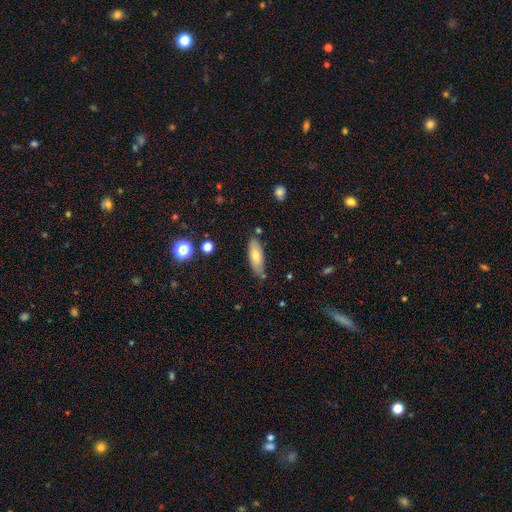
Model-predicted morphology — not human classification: A smooth galaxy with no disk features (70%) that is in between round and cigar-shaped (62%). Merging: none (74%).